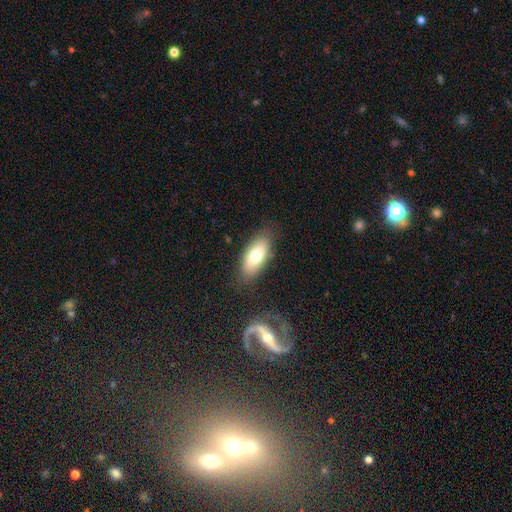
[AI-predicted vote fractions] Smooth or featured? Predicted: smooth (p=0.73). How rounded? Predicted: in between (p=0.86). Merging? Predicted: none (p=0.80).